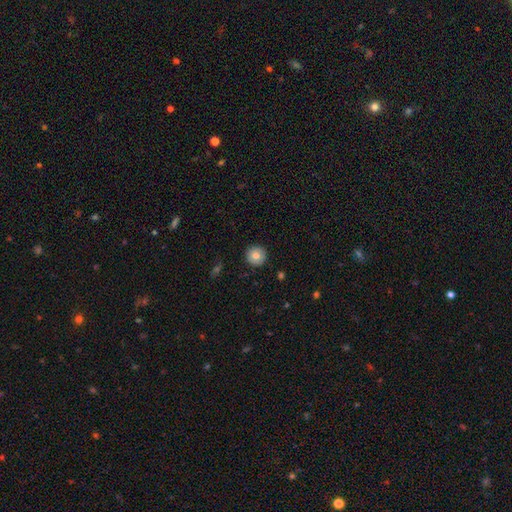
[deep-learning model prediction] Smooth or featured? smooth (78%)
How rounded? round (95%)
Merging? none (91%)